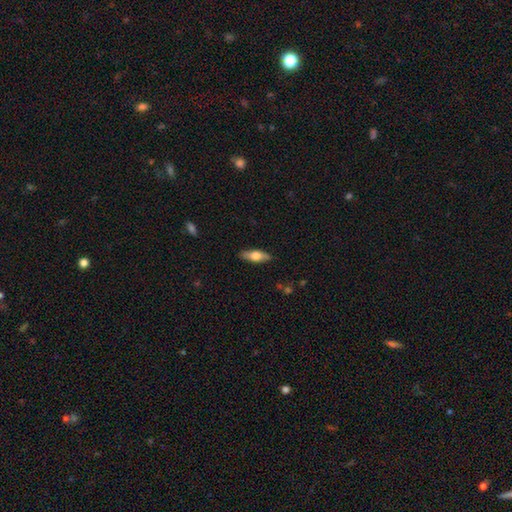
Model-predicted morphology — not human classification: This appears to be a smooth galaxy with no disk features (58%) that is in between round and cigar-shaped (58%). Merging: none (87%).